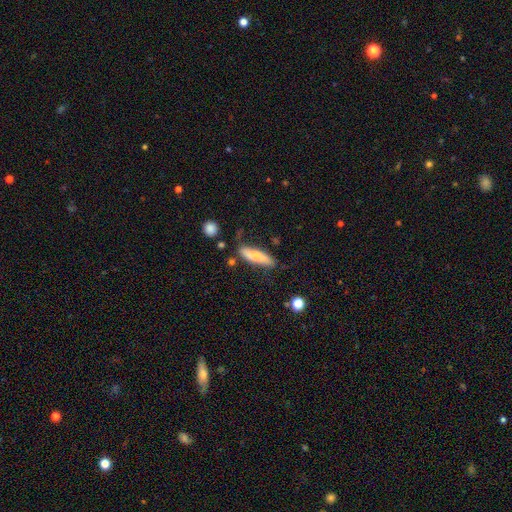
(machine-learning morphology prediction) smooth 72%, featured or disk 22%, star or artifact 6%. Down the decision tree: how rounded — cigar-shaped (73%); merging — none (67%).